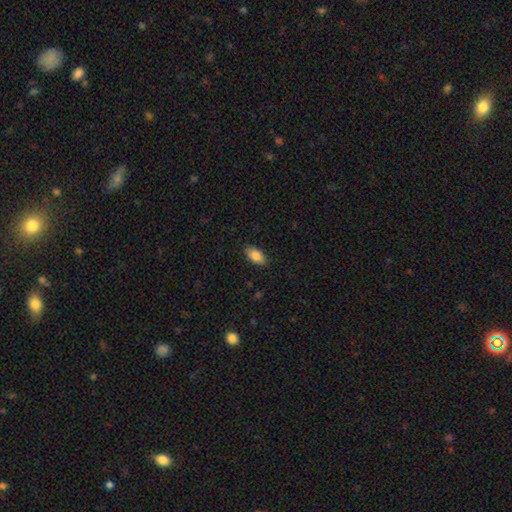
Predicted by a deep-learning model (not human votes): This appears to be a smooth galaxy with no disk features (87%) that is in between round and cigar-shaped (93%). Merging: none (87%).